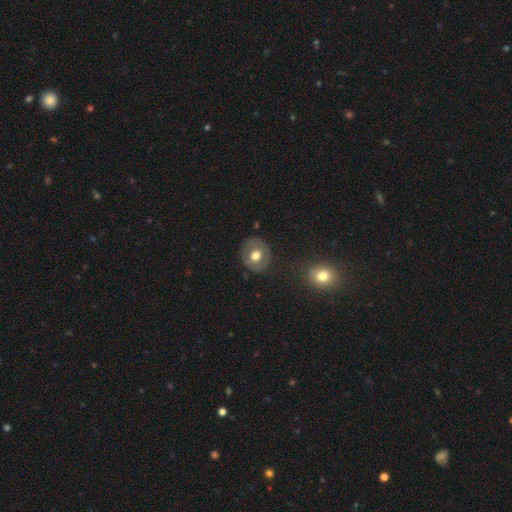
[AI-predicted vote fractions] This is possibly a smooth galaxy (57%). How rounded: likely round (76%). Merging: clearly none (84%).